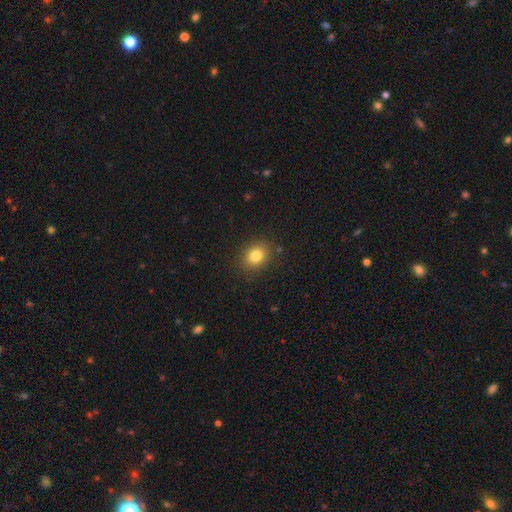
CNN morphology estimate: This appears to be a smooth galaxy with no disk features (81%) that is round (55%). Merging: none (87%).